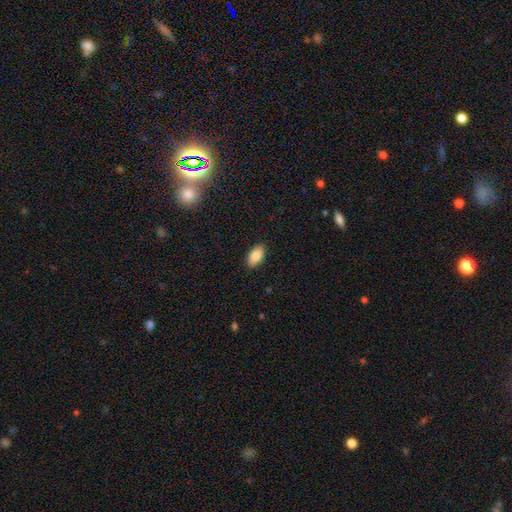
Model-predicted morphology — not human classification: smooth_or_featured: smooth (p=0.84) [alt: featured or disk p=0.09]
how_rounded: in between (p=0.94) [alt: round p=0.04]
merging: none (p=0.89) [alt: minor disturbance p=0.08]